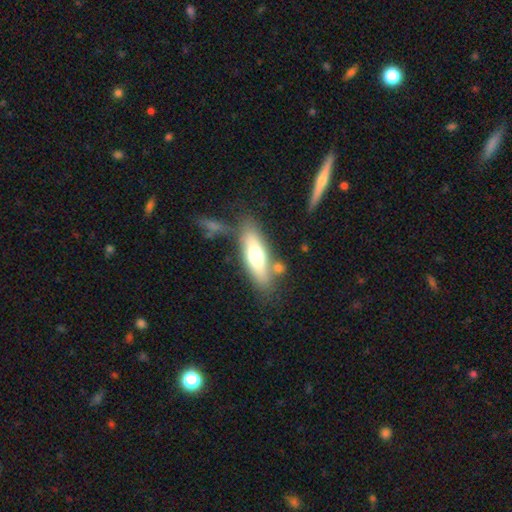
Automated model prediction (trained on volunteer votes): A smooth galaxy with no disk features (56%) that is in between round and cigar-shaped (51%). Merging: none (70%).